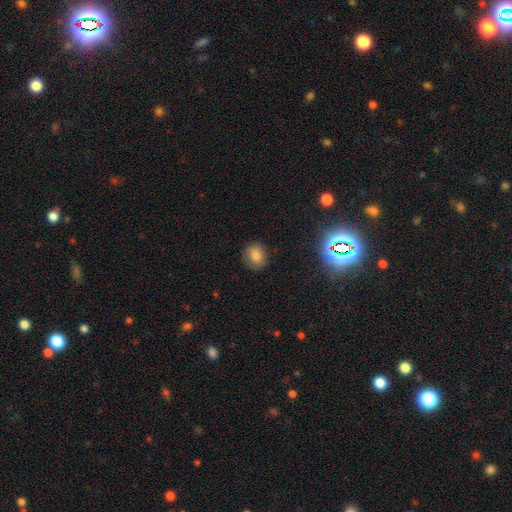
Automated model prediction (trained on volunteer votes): Overall: smooth (80%). How rounded: round (75%). Merging: none (85%).